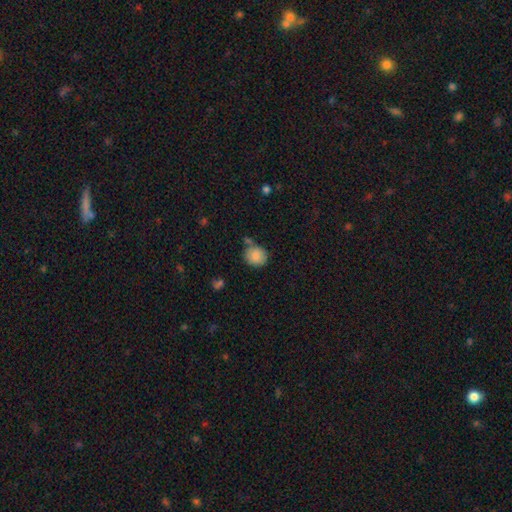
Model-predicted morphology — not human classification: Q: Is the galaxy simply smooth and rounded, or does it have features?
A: smooth — 85%.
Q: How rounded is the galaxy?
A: round — 79%.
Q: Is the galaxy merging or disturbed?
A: none — 66%.